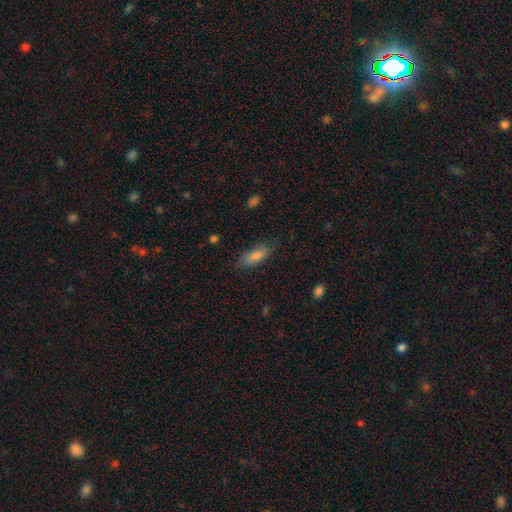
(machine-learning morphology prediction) Smooth or featured?
  - smooth: 74% *
  - featured or disk: 18%
  - star or artifact: 8%
How rounded?
  - in between: 64% *
  - cigar-shaped: 34%
  - round: 3%
Merging?
  - none: 79% *
  - minor disturbance: 16%
  - major disturbance: 4%
  - merger: 1%